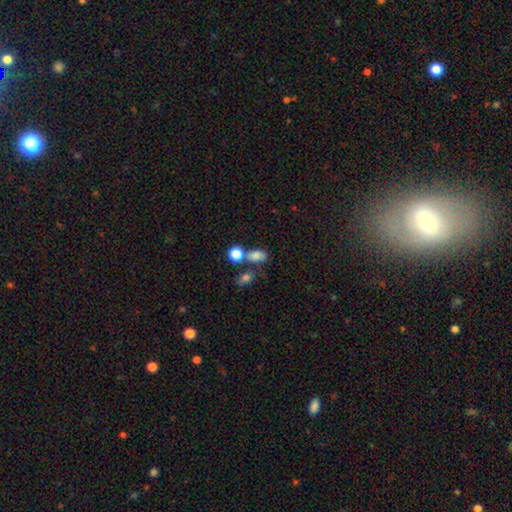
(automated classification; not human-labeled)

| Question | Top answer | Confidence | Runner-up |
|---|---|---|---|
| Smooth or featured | smooth | 78% | star or artifact (13%) |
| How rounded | in between | 75% | round (22%) |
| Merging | none | 50% | merger (27%) |